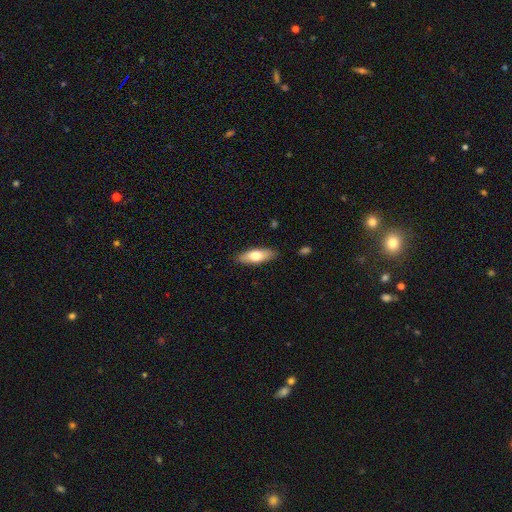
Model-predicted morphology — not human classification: smooth_or_featured: smooth (p=0.68) [alt: featured or disk p=0.26]
how_rounded: in between (p=0.65) [alt: cigar-shaped p=0.33]
merging: none (p=0.87) [alt: minor disturbance p=0.10]